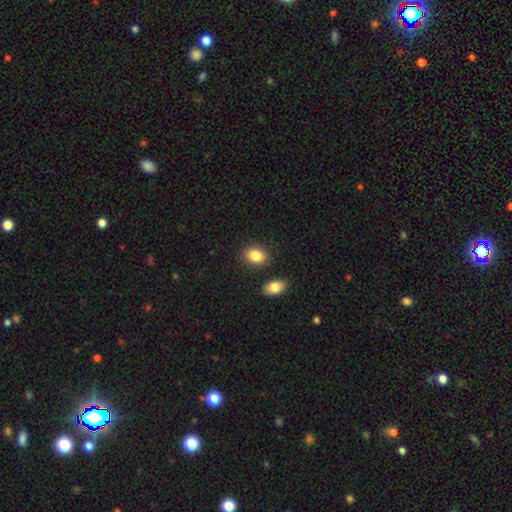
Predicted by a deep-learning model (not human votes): This appears to be a smooth galaxy with no disk features (85%) that is in between round and cigar-shaped (76%). Merging: none (82%).